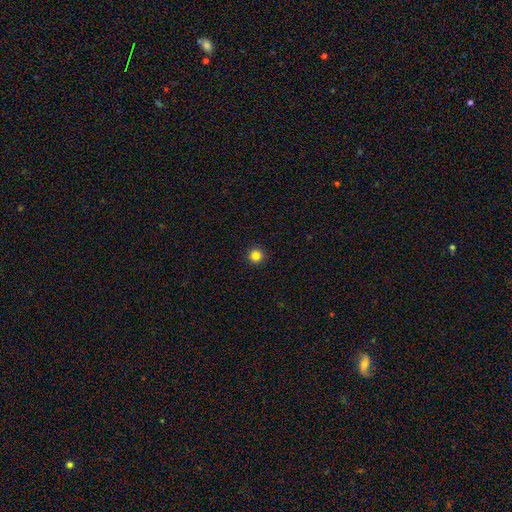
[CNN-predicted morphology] Smooth or featured: smooth — 85% (star or artifact — 12%)
How rounded: round — 96% (in between — 3%)
Merging: none — 93% (minor disturbance — 4%)